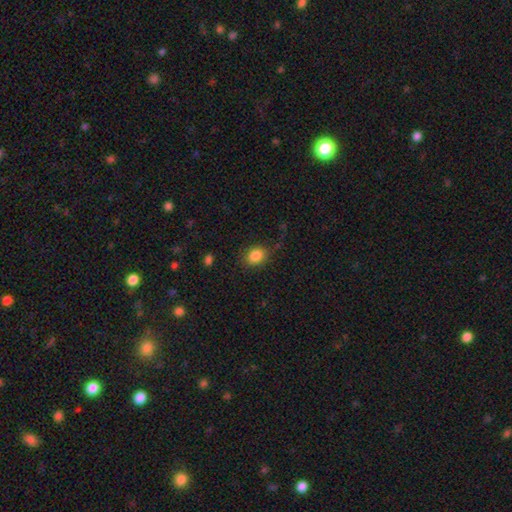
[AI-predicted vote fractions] Q: Smooth or featured?
A: smooth (85%); runner-up: star or artifact (10%)
Q: How rounded?
A: in between (58%); runner-up: round (41%)
Q: Merging?
A: none (80%); runner-up: minor disturbance (14%)